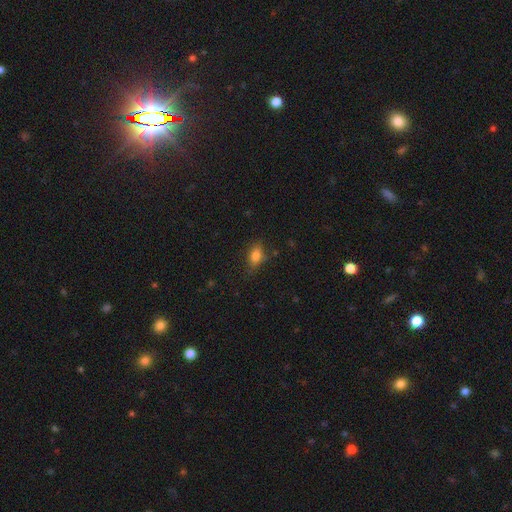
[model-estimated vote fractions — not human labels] Smooth or featured?
  - smooth: 79% *
  - featured or disk: 11%
  - star or artifact: 10%
How rounded?
  - in between: 81% *
  - round: 13%
  - cigar-shaped: 7%
Merging?
  - none: 75% *
  - minor disturbance: 18%
  - major disturbance: 4%
  - merger: 2%